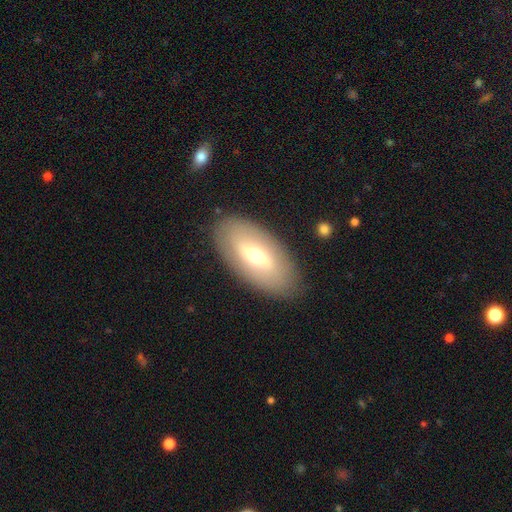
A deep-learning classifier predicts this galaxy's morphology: A featured or disk galaxy (47%). Merging: none (85%).